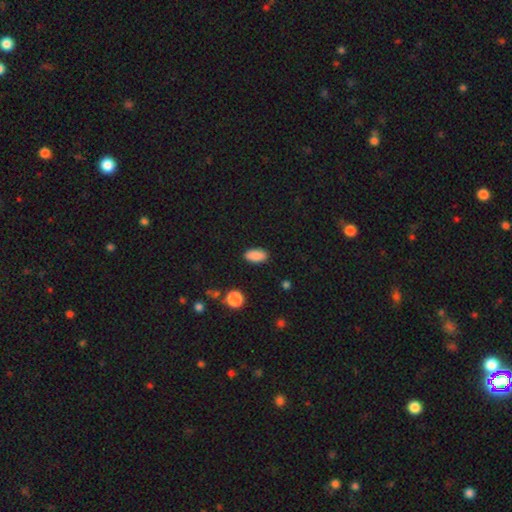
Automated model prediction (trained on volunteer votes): Morphology: type=smooth (88%); roundness=in between (92%); merging=none (88%).